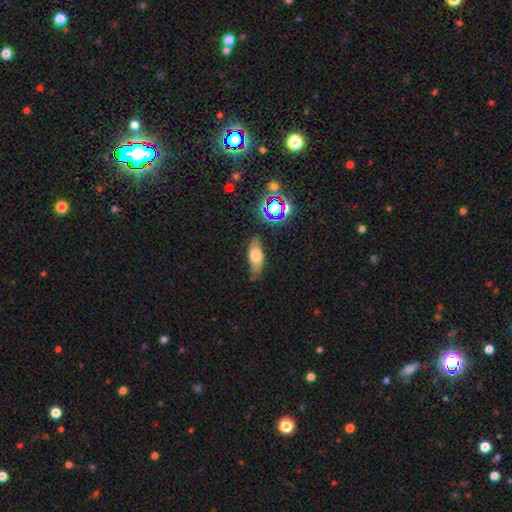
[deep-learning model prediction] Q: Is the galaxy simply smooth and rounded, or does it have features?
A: smooth — 62%.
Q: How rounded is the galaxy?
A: in between — 74%.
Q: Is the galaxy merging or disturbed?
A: none — 73%.